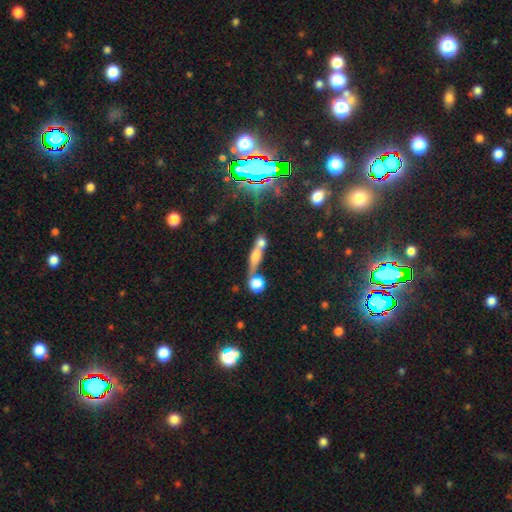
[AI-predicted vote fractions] The model was most divided on "merging": none: 41%, merger: 40%, minor disturbance: 11%, major disturbance: 7%. Remaining: smooth or featured — smooth (49%).